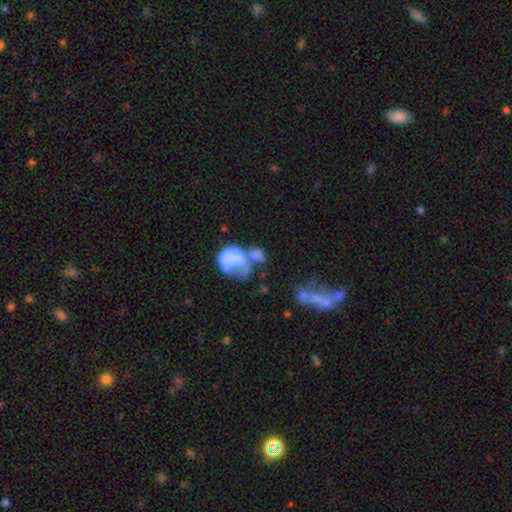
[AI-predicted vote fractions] This appears to be a smooth galaxy with no disk features (47%). Merging: merger (43%).